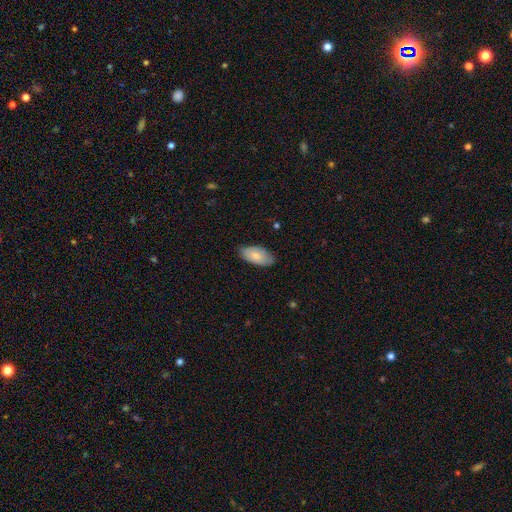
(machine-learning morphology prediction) Smooth or featured?
  - smooth: 77% *
  - featured or disk: 17%
  - star or artifact: 6%
How rounded?
  - in between: 94% *
  - cigar-shaped: 3%
  - round: 2%
Merging?
  - none: 78% *
  - minor disturbance: 18%
  - major disturbance: 3%
  - merger: 1%